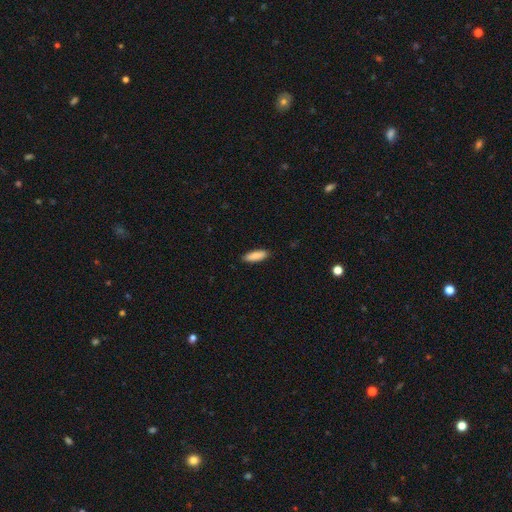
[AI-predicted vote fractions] Morphology: type=smooth (87%); roundness=in between (52%); merging=none (89%).